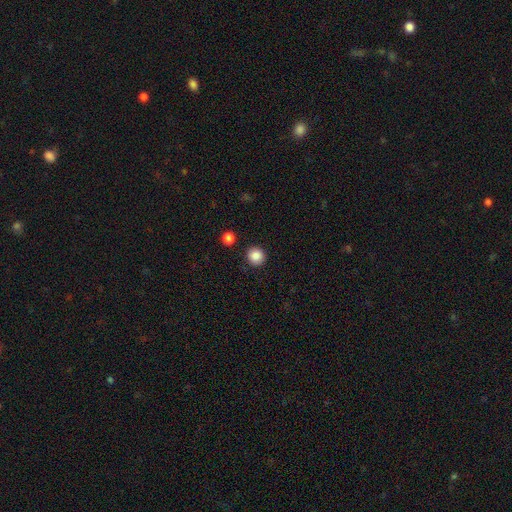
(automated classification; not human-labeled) This is clearly a smooth galaxy (87%). How rounded: clearly round (92%). Merging: clearly none (90%).